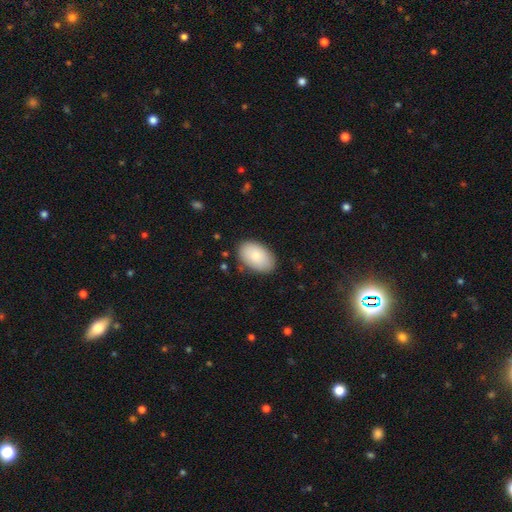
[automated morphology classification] smooth 85%, featured or disk 9%, star or artifact 6%. Down the decision tree: how rounded — in between (93%); merging — none (84%).